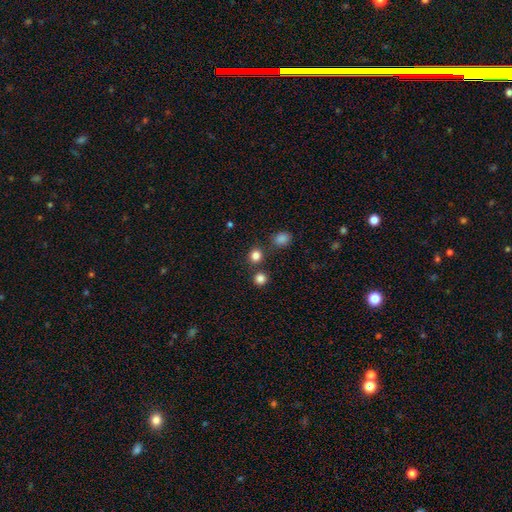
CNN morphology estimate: Smooth or featured?
  - smooth: 82% *
  - star or artifact: 14%
  - featured or disk: 4%
How rounded?
  - round: 84% *
  - in between: 15%
  - cigar-shaped: 1%
Merging?
  - none: 79% *
  - merger: 11%
  - minor disturbance: 8%
  - major disturbance: 3%